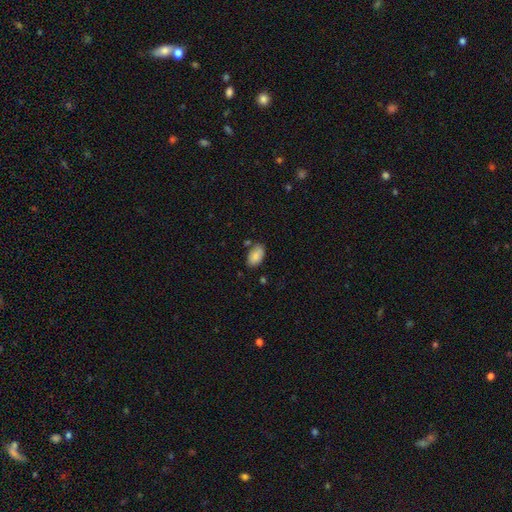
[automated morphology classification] This is clearly a smooth galaxy (85%). How rounded: clearly in between (93%). Merging: likely none (75%).